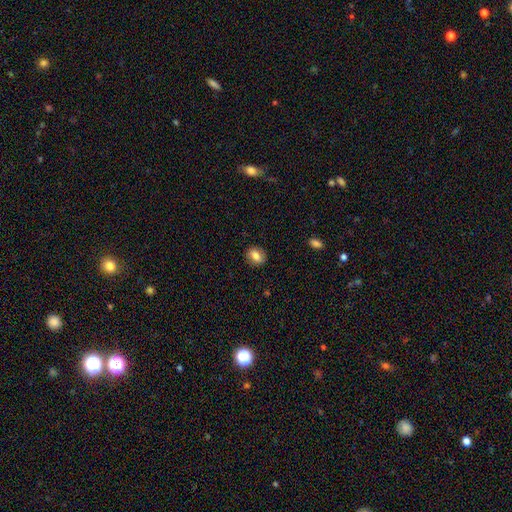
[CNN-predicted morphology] Smooth or featured? smooth (76%)
How rounded? round (50%)
Merging? none (86%)